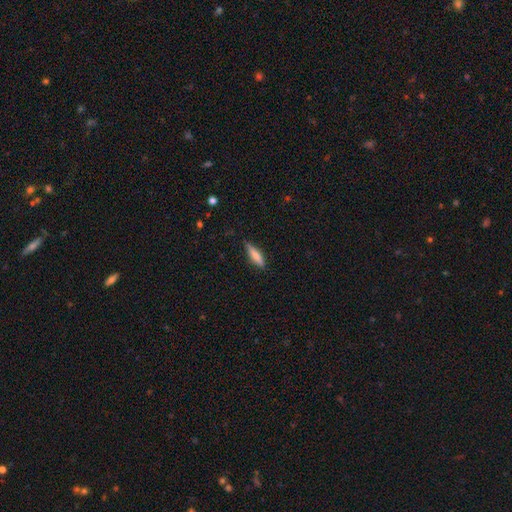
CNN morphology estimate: This appears to be a smooth galaxy with no disk features (70%) that is cigar-shaped (74%). Merging: none (83%).